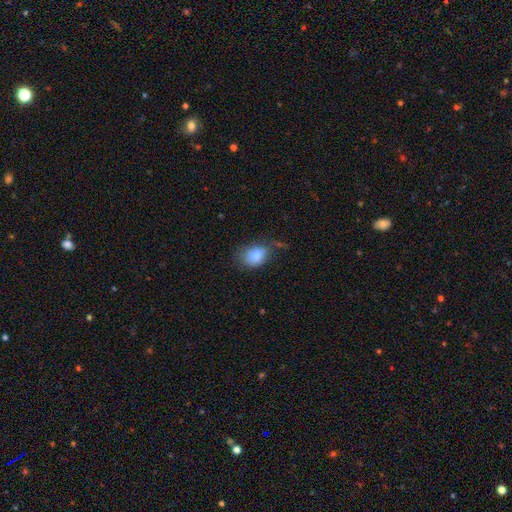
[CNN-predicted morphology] Smooth or featured: smooth — 81% (featured or disk — 10%)
How rounded: in between — 69% (round — 30%)
Merging: none — 51% (minor disturbance — 32%)